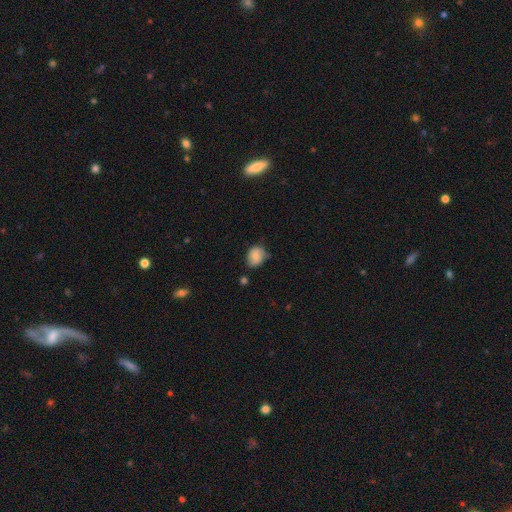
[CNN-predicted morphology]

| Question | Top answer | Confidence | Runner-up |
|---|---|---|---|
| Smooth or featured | smooth | 80% | featured or disk (11%) |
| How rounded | in between | 51% | round (48%) |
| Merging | none | 61% | minor disturbance (30%) |